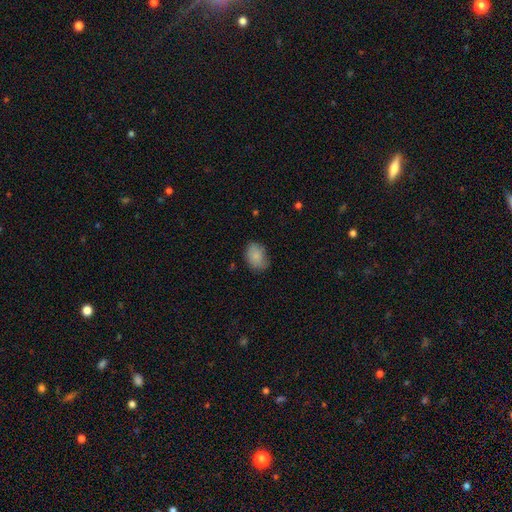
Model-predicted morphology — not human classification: smooth 85%, star or artifact 8%, featured or disk 7%. Down the decision tree: how rounded — in between (75%); merging — none (72%).